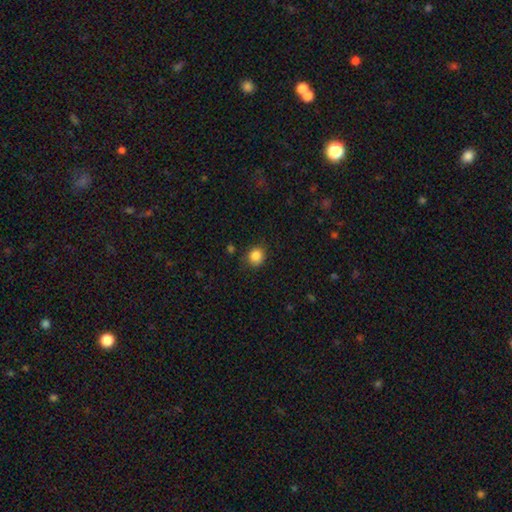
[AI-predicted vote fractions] Morphology: type=smooth (86%); roundness=round (80%); merging=none (82%).